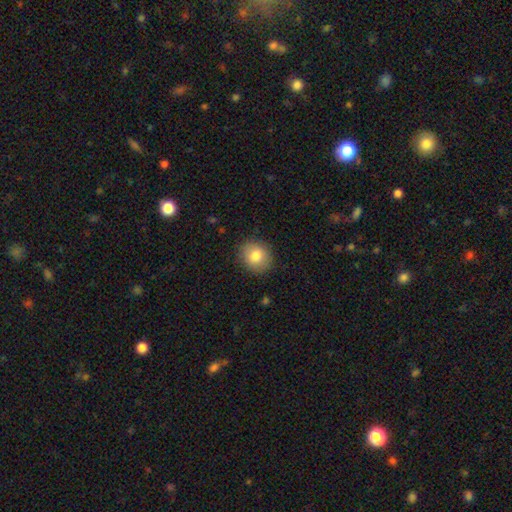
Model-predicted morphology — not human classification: Smooth or featured? smooth (81%)
How rounded? round (77%)
Merging? none (87%)